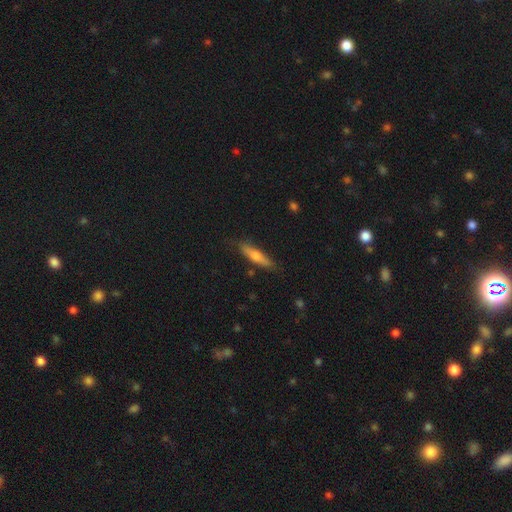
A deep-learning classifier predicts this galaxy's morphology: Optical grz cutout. It shows a smooth galaxy with no disk features (57%) that is cigar-shaped (78%). Merging: none (82%).